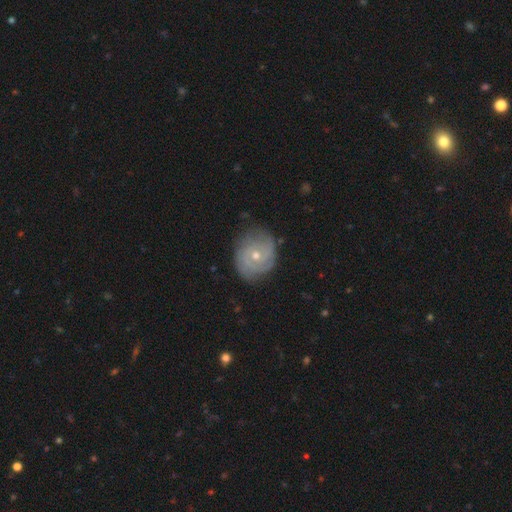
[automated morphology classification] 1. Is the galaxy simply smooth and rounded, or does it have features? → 71% featured or disk, 22% smooth, 7% star or artifact.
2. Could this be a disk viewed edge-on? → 97% no, 3% yes.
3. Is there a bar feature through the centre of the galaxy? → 77% no, 19% weak, 3% strong.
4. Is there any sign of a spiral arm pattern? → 86% yes, 14% no.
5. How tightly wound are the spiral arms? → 69% tight, 24% medium, 8% loose.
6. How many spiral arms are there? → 41% can't tell, 25% 2, 17% 3, 8% 4, 5% 1, 5% more than 4.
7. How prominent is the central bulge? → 52% small, 45% moderate, 1% large, 1% none, 1% dominant.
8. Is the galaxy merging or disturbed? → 73% none, 20% minor disturbance, 6% major disturbance, 1% merger.